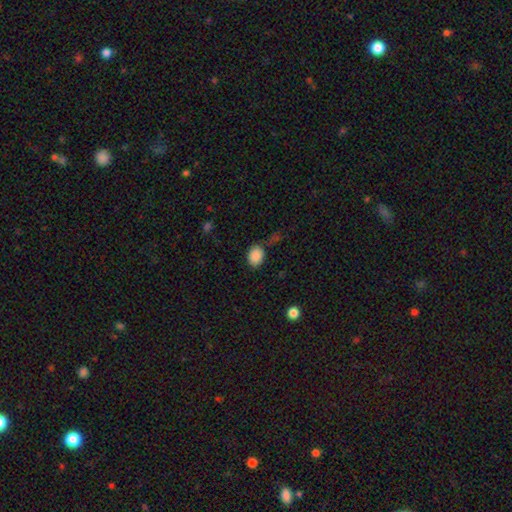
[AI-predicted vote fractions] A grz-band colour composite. It shows a smooth galaxy with no disk features (88%) that is in between round and cigar-shaped (69%). Merging: none (73%).